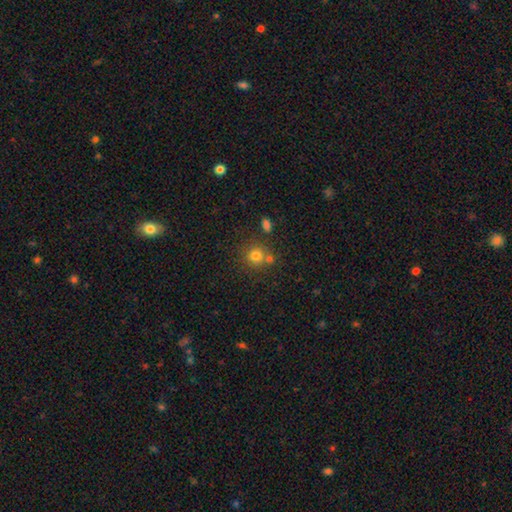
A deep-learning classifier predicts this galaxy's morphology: Smooth or featured?
  - smooth: 77% *
  - star or artifact: 14%
  - featured or disk: 9%
How rounded?
  - round: 88% *
  - in between: 11%
  - cigar-shaped: 1%
Merging?
  - none: 63% *
  - merger: 23%
  - minor disturbance: 10%
  - major disturbance: 4%